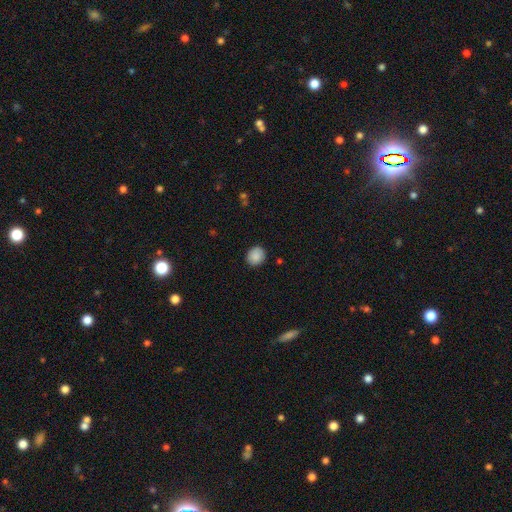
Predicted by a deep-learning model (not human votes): smooth_or_featured: smooth (p=0.88) [alt: star or artifact p=0.08]
how_rounded: round (p=0.78) [alt: in between p=0.21]
merging: none (p=0.87) [alt: minor disturbance p=0.09]